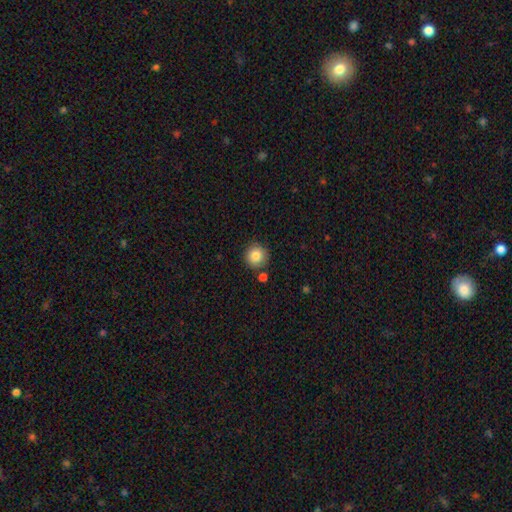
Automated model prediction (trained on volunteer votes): The model was most divided on "smooth or featured": smooth: 85%, star or artifact: 9%, featured or disk: 6%. More confident: how rounded — round (94%); merging — none (84%).